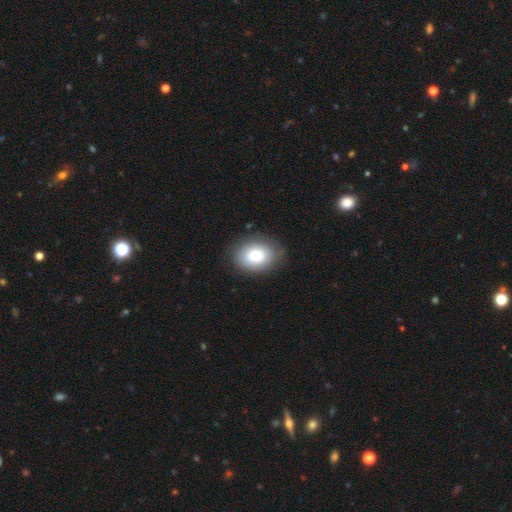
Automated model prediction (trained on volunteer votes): The model was most divided on "how rounded": in between: 64%, round: 35%, cigar-shaped: 1%. More confident: merging — none (82%); smooth or featured — smooth (82%).